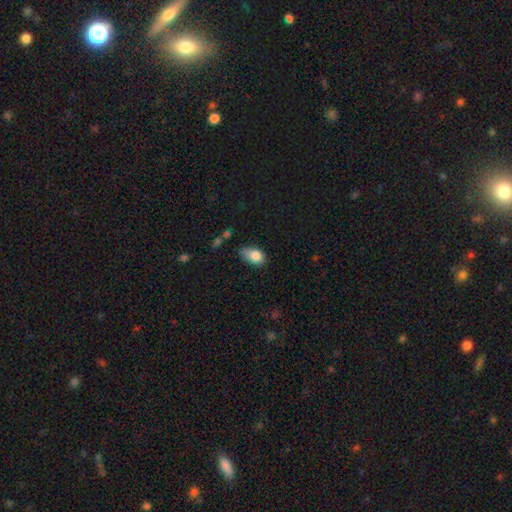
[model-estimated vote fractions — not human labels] Overall: smooth (81%). How rounded: in between (84%). Merging: none (45%; minor disturbance 40%).